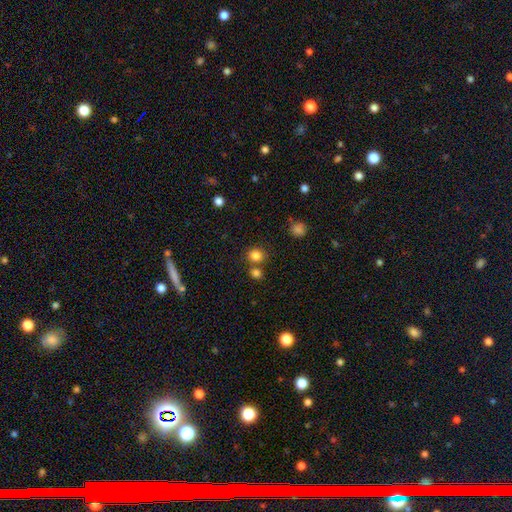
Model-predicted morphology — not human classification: Overall: smooth (82%). How rounded: round (84%). Merging: none (68%).